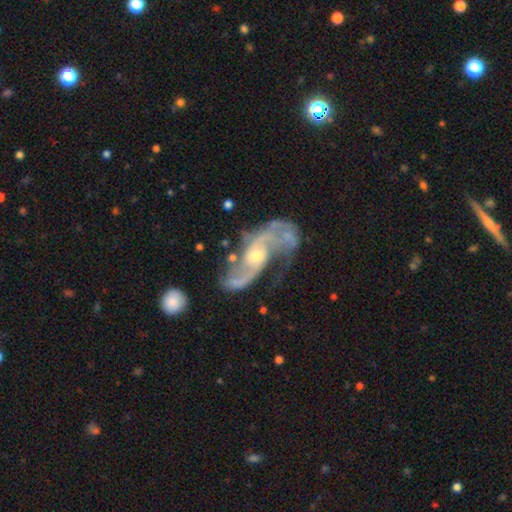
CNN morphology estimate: A featured or disk galaxy (88%) with no bar (55%), 2 (78%) loose (48%) spiral arms (95%) and a small central bulge (55%).

Vote fractions:
- Smooth or featured? featured or disk: 88% / star or artifact: 7% / smooth: 6%
- Edge-on disk? no: 95% / yes: 5%
- Bar? no: 55% / weak: 33% / strong: 12%
- Spiral arms? yes: 95% / no: 5%
- Spiral winding? loose: 48% / medium: 39% / tight: 13%
- Spiral arm count? 2: 78% / can't tell: 8% / 3: 6% / 1: 4% / 4: 2% / more than 4: 2%
- Bulge size? small: 55% / moderate: 40% / none: 2% / large: 2% / dominant: 1%
- Merging? none: 48% / major disturbance: 22% / minor disturbance: 21% / merger: 9%